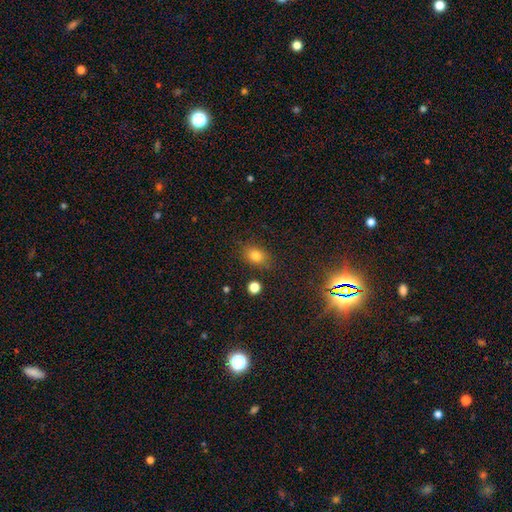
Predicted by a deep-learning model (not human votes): The model was most divided on "how rounded": in between: 64%, round: 34%, cigar-shaped: 2%. More confident: smooth or featured — smooth (80%); merging — none (80%).